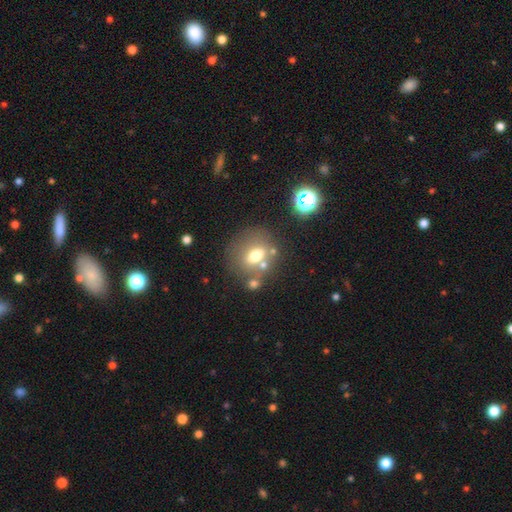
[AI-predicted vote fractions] smooth 63%, featured or disk 23%, star or artifact 14%. Down the decision tree: how rounded — round (56%); merging — none (60%).